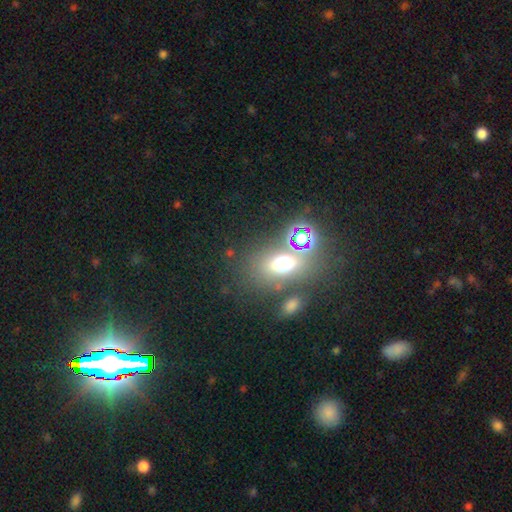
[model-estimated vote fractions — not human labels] Smooth or featured? smooth (48%)
Merging? none (60%)